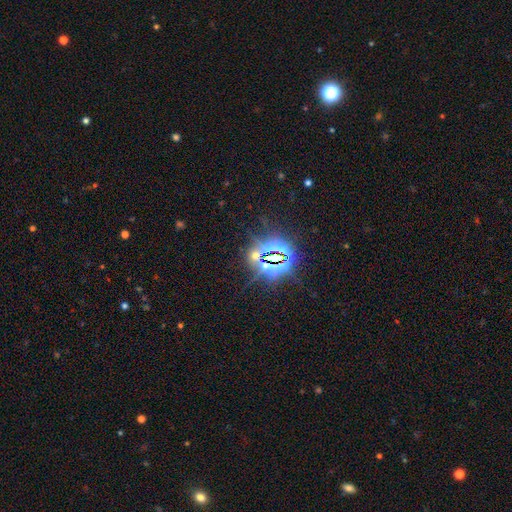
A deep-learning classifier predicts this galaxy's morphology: A star or artifact, not a galaxy (76%).

Vote fractions:
- Smooth or featured? star or artifact: 76% / smooth: 16% / featured or disk: 8%